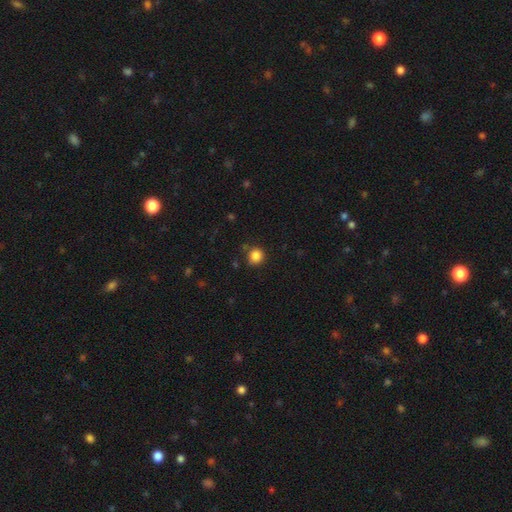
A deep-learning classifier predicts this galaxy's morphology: A smooth galaxy with no disk features (85%) that is round (87%). Merging: none (81%).